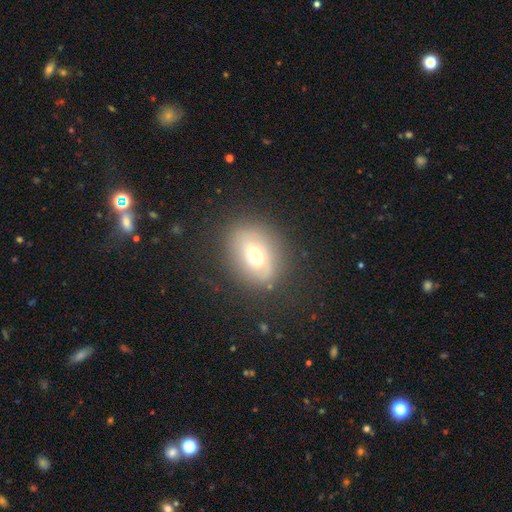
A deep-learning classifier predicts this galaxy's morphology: A smooth galaxy with no disk features (57%) that is in between round and cigar-shaped (63%). Merging: none (76%).